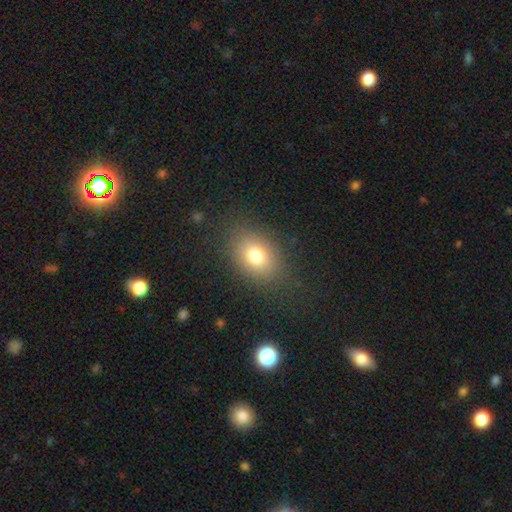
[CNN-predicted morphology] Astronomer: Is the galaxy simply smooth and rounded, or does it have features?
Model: smooth — 77%.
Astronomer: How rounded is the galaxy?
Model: in between — 72%.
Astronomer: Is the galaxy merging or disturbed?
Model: none — 82%.